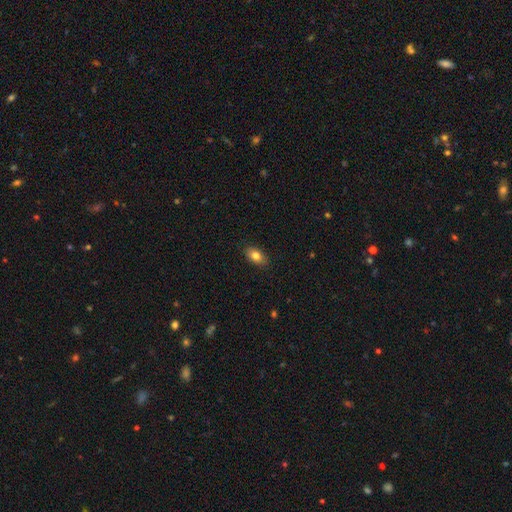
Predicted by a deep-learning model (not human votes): smooth_or_featured: smooth (p=0.80) [alt: featured or disk p=0.12]
how_rounded: in between (p=0.89) [alt: round p=0.08]
merging: none (p=0.88) [alt: minor disturbance p=0.09]